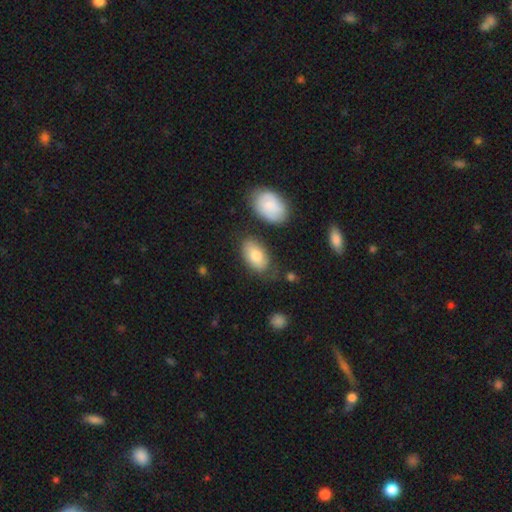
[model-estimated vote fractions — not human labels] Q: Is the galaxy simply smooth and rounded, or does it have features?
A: smooth — 77%.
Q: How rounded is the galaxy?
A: in between — 93%.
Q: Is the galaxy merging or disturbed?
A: none — 69%.